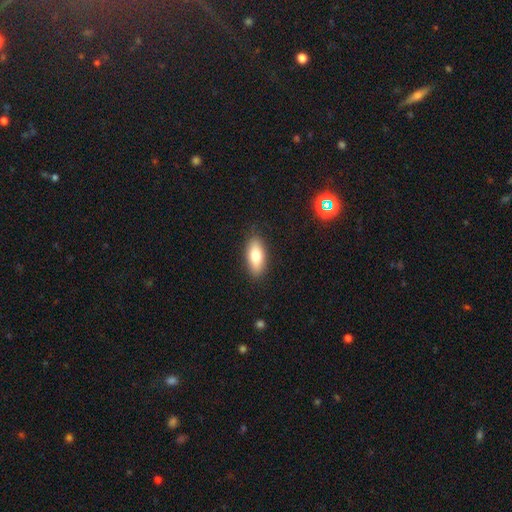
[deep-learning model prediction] Smooth or featured?
  - smooth: 78% *
  - featured or disk: 16%
  - star or artifact: 7%
How rounded?
  - in between: 81% *
  - cigar-shaped: 16%
  - round: 3%
Merging?
  - none: 86% *
  - minor disturbance: 10%
  - major disturbance: 2%
  - merger: 1%